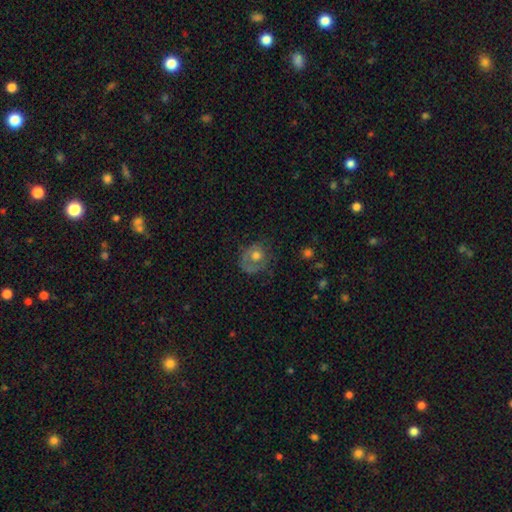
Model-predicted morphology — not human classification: smooth_or_featured: smooth (p=0.51) [alt: featured or disk p=0.39]
how_rounded: round (p=0.71) [alt: in between p=0.28]
merging: none (p=0.54) [alt: minor disturbance p=0.24]